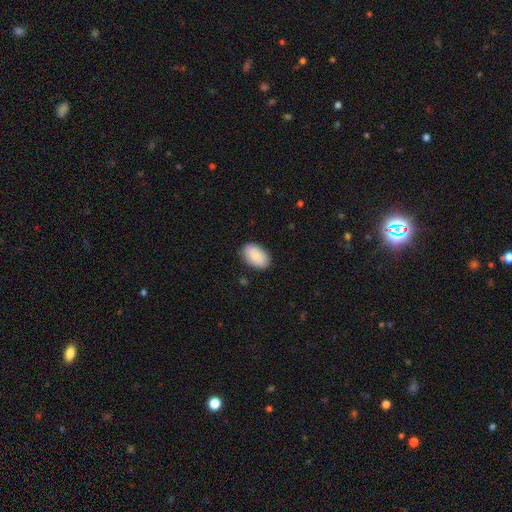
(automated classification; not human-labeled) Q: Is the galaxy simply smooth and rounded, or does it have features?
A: smooth — 87%.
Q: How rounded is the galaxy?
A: in between — 93%.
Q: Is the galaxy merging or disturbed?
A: none — 85%.